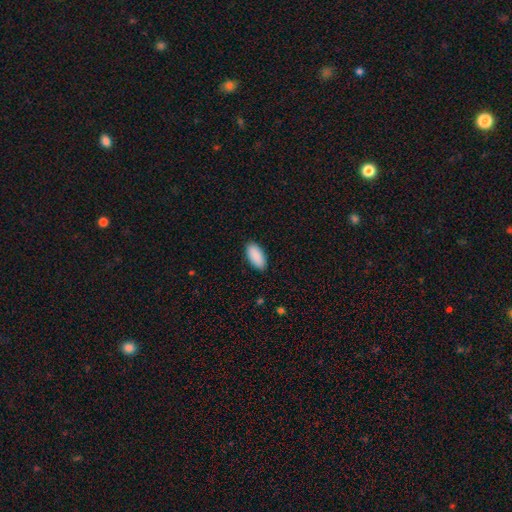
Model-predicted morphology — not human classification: Smooth or featured: smooth — 91% (star or artifact — 6%)
How rounded: in between — 93% (cigar-shaped — 5%)
Merging: none — 89% (minor disturbance — 8%)